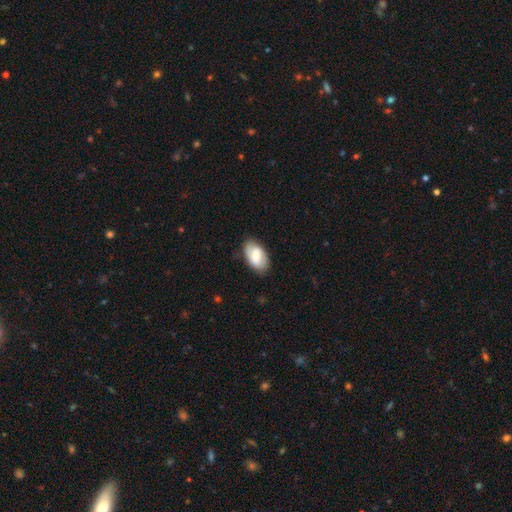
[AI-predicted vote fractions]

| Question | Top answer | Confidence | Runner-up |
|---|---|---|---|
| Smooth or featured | smooth | 64% | featured or disk (30%) |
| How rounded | in between | 94% | round (4%) |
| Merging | none | 80% | minor disturbance (15%) |